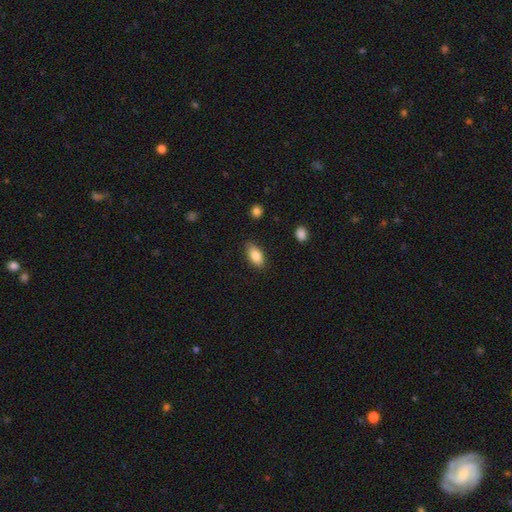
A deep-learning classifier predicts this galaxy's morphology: Smooth or featured: smooth — 83% (featured or disk — 9%)
How rounded: in between — 89% (cigar-shaped — 7%)
Merging: none — 83% (minor disturbance — 13%)